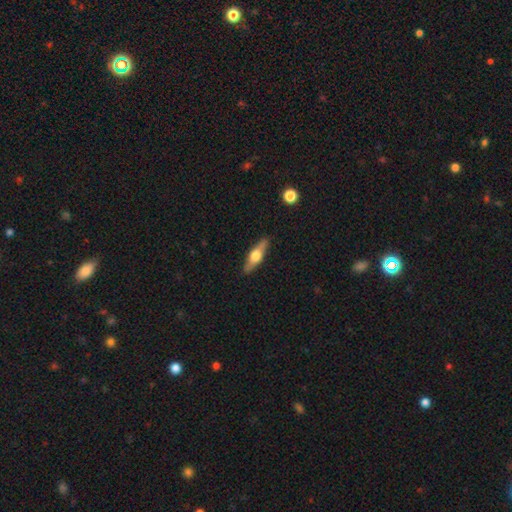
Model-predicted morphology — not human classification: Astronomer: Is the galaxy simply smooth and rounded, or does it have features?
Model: featured or disk — 54% (runner-up: smooth, 41%).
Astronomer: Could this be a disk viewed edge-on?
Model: yes — 92%.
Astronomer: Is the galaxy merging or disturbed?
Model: none — 88%.